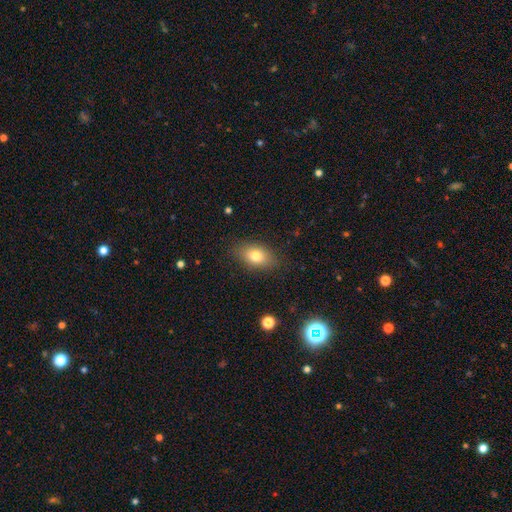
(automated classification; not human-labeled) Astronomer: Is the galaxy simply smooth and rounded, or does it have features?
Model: smooth — 77%.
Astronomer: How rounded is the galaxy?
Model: in between — 84%.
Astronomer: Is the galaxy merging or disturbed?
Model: none — 85%.